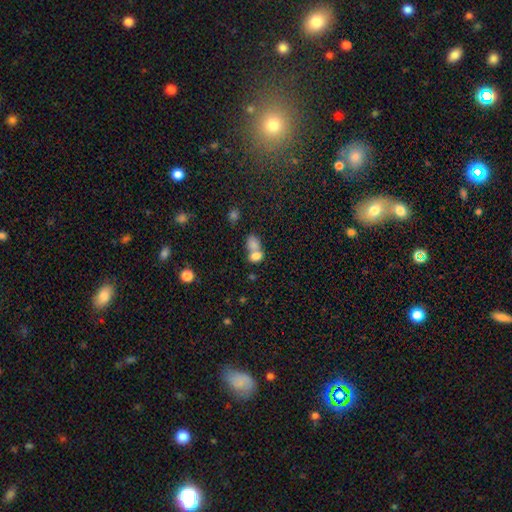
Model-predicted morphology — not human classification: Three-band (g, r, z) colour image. It shows a smooth galaxy with no disk features (78%) that is in between round and cigar-shaped (69%). Merging: merger (63%).